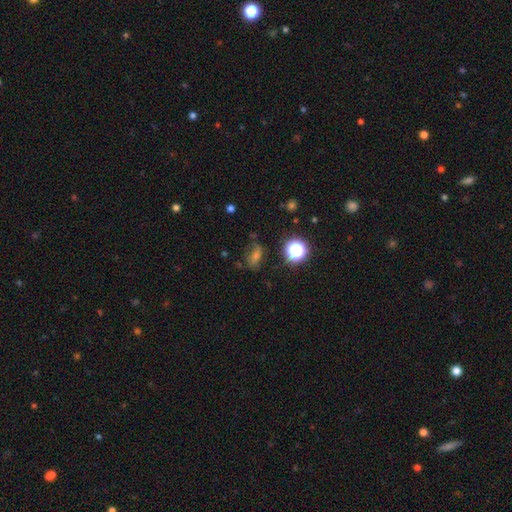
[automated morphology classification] Smooth or featured? Predicted: smooth (p=0.40). Merging? Predicted: none (p=0.70).